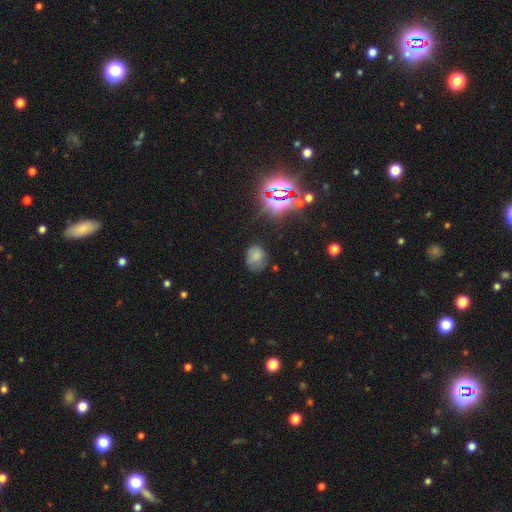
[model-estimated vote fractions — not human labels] A smooth galaxy with no disk features (65%) that is round (56%). Merging: none (58%).